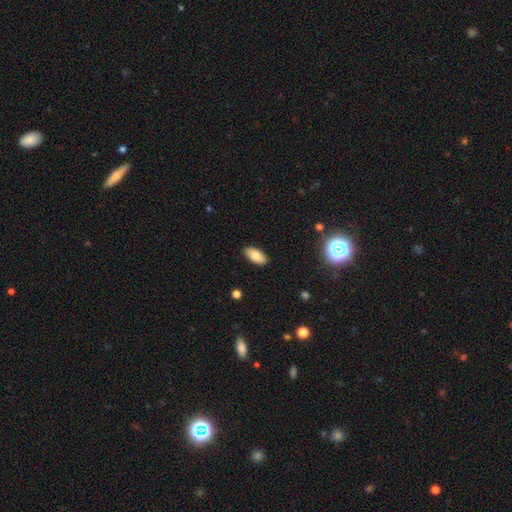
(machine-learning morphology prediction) Q: Smooth or featured?
A: smooth (83%); runner-up: featured or disk (10%)
Q: How rounded?
A: in between (92%); runner-up: cigar-shaped (6%)
Q: Merging?
A: none (88%); runner-up: minor disturbance (9%)